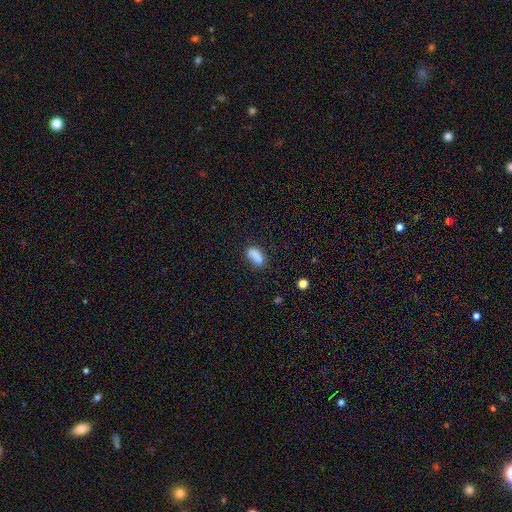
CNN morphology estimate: smooth_or_featured: smooth (p=0.81) [alt: star or artifact p=0.10]
how_rounded: in between (p=0.84) [alt: cigar-shaped p=0.09]
merging: none (p=0.57) [alt: minor disturbance p=0.21]